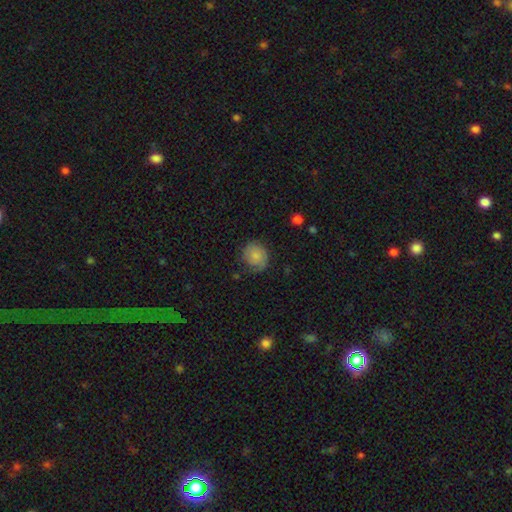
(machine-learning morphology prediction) A smooth galaxy with no disk features (70%) that is round (78%). Merging: none (70%).